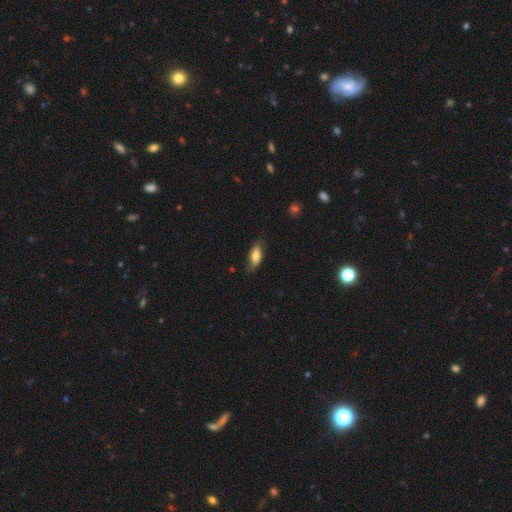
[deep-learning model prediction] The model was most divided on "merging": none: 66%, minor disturbance: 27%, major disturbance: 6%, merger: 1%. More confident: how rounded — in between (75%); smooth or featured — smooth (68%).